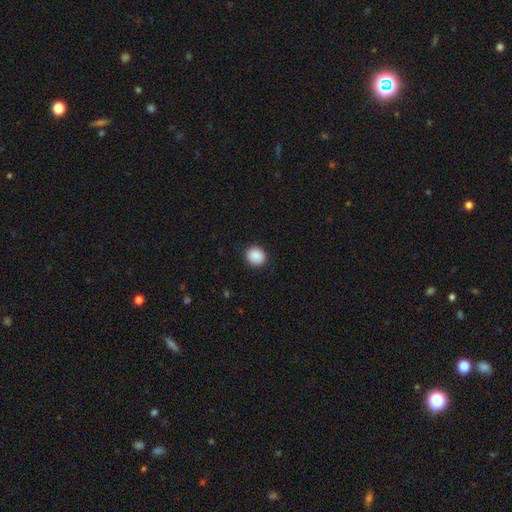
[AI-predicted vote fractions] A smooth galaxy with no disk features (90%) that is round (84%). Merging: none (91%).